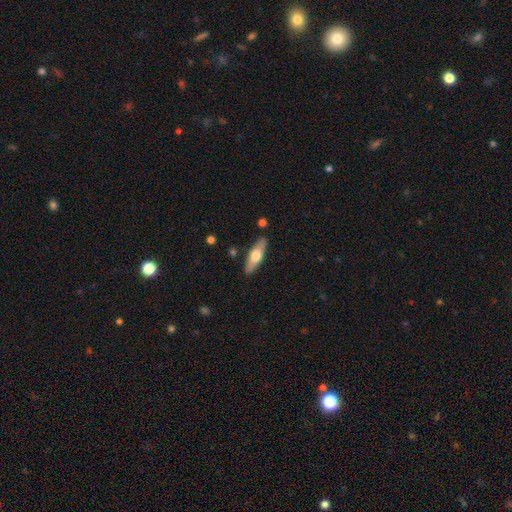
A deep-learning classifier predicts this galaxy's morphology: smooth-or-featured: smooth: 53% | featured or disk: 41% | star or artifact: 5%
  how-rounded: cigar-shaped: 55% | in between: 43% | round: 2%
  merging: none: 87% | minor disturbance: 9% | merger: 2% | major disturbance: 2%